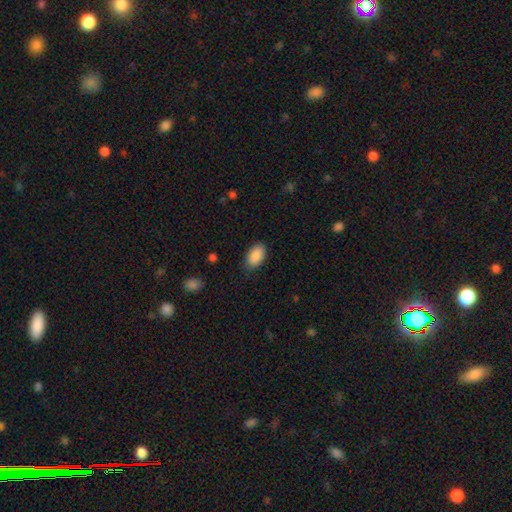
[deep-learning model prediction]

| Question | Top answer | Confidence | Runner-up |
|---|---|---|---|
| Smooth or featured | smooth | 90% | star or artifact (6%) |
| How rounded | in between | 94% | round (4%) |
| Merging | none | 84% | minor disturbance (12%) |